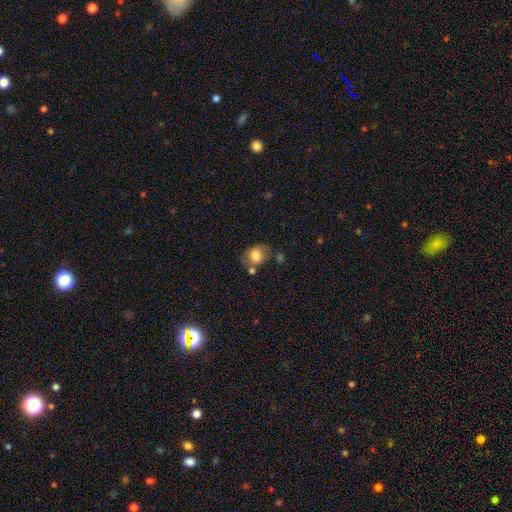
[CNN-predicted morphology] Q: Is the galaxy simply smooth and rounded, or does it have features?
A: smooth — 77%.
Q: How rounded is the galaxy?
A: round — 55%.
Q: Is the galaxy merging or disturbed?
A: none — 56%.